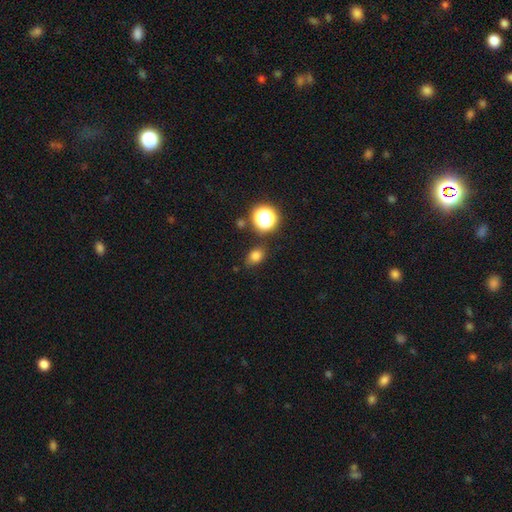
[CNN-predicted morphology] This appears to be a smooth galaxy with no disk features (77%) that is in between round and cigar-shaped (61%). Merging: none (80%).